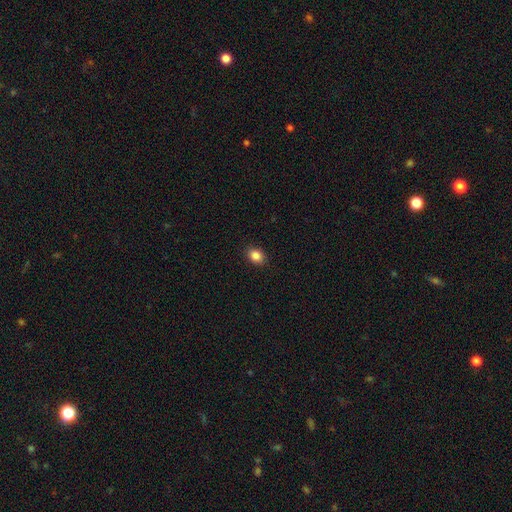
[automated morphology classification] type=smooth (85%); roundness=in between (59%); merging=none (91%).